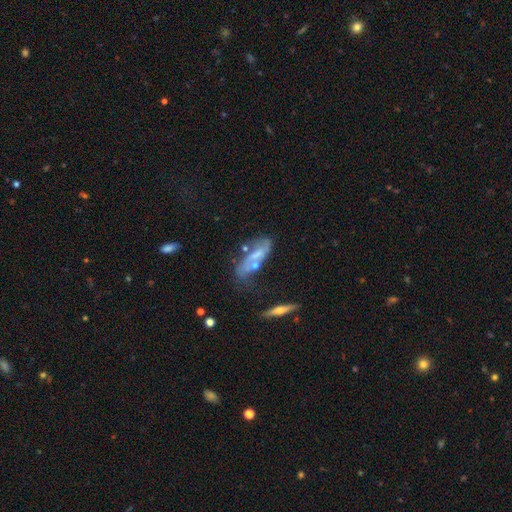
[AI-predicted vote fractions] Q: Smooth or featured?
A: featured or disk (63%); runner-up: smooth (28%)
Q: Edge-on disk?
A: no (78%); runner-up: yes (22%)
Q: Merging?
A: none (47%); runner-up: minor disturbance (24%)